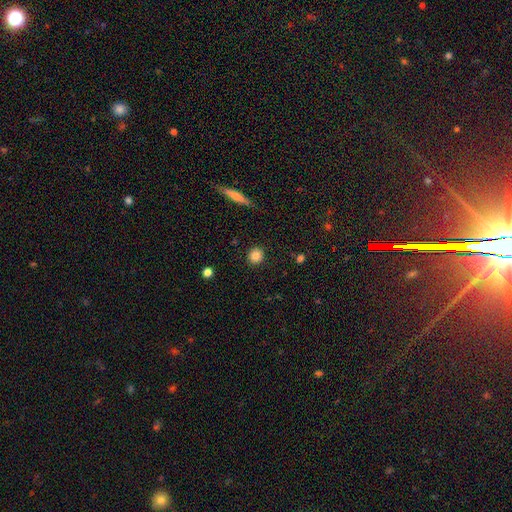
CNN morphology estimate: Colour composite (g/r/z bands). It shows a smooth galaxy with no disk features (84%) that is round (89%). Merging: none (90%).